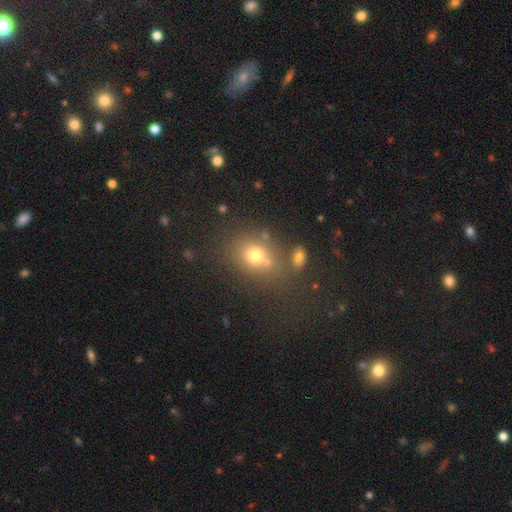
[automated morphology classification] smooth 71%, star or artifact 17%, featured or disk 12%. Down the decision tree: how rounded — round (51%); merging — none (62%).